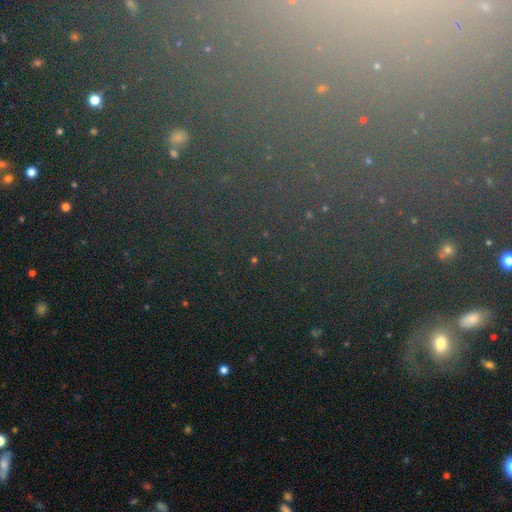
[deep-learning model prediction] Smooth or featured?
  - star or artifact: 70% *
  - smooth: 18%
  - featured or disk: 12%